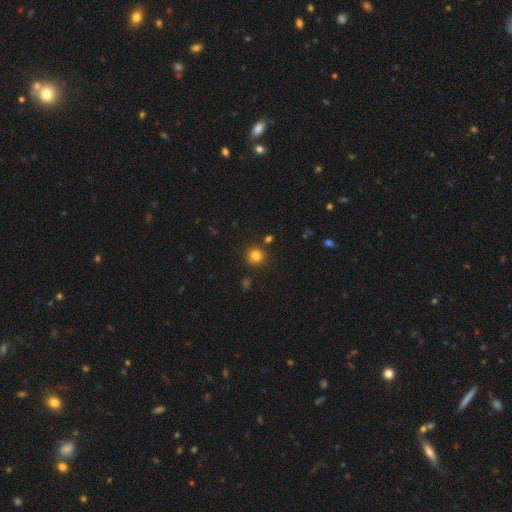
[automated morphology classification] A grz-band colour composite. It shows a smooth galaxy with no disk features (82%) that is round (94%). Merging: none (87%).